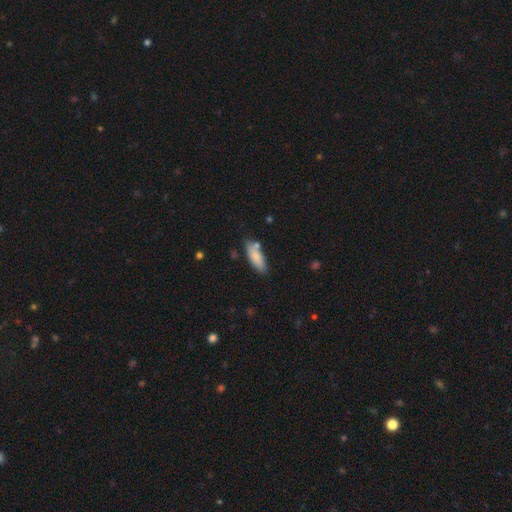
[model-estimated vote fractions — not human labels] Smooth or featured: smooth — 83% (featured or disk — 10%)
How rounded: in between — 63% (cigar-shaped — 35%)
Merging: none — 72% (minor disturbance — 17%)